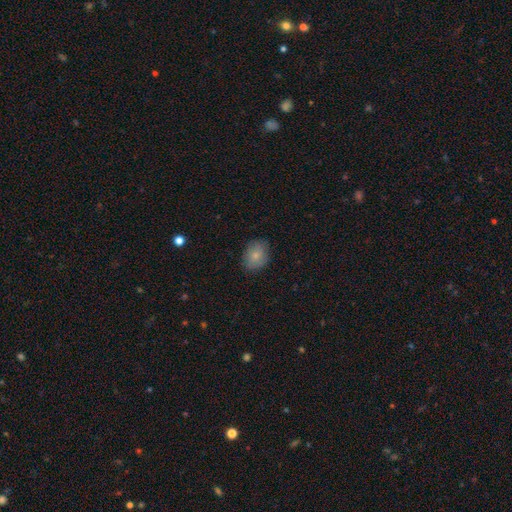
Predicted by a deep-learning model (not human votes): Smooth or featured?
  - smooth: 82% *
  - featured or disk: 11%
  - star or artifact: 8%
How rounded?
  - in between: 61% *
  - round: 38%
  - cigar-shaped: 1%
Merging?
  - none: 81% *
  - minor disturbance: 15%
  - major disturbance: 3%
  - merger: 1%